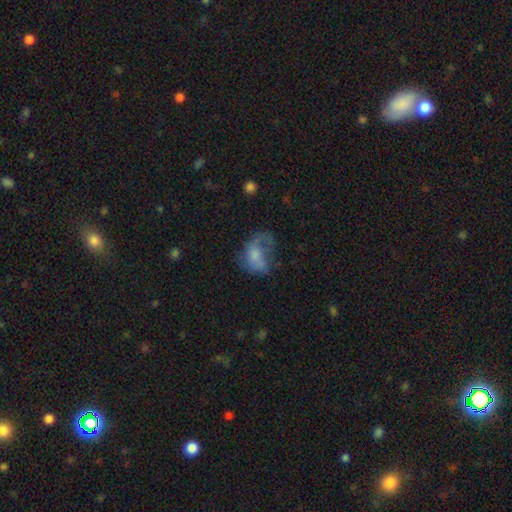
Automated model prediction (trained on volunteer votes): Overall: smooth (52%; featured or disk 37%). How rounded: in between (75%). Merging: major disturbance (49%; none 24%).